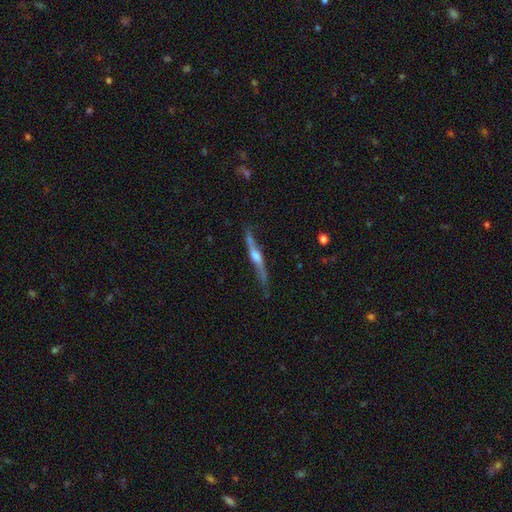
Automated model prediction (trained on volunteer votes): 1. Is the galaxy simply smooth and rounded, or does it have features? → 70% featured or disk, 25% smooth, 6% star or artifact.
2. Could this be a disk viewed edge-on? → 90% yes, 10% no.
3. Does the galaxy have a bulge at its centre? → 72% rounded, 17% boxy, 11% none.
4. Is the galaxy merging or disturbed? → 66% none, 24% minor disturbance, 7% major disturbance, 3% merger.